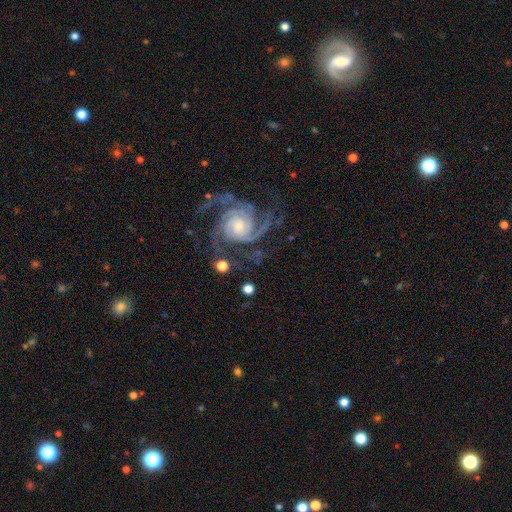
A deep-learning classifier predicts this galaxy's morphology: The model was most divided on "spiral arm count": 2: 34%, 3: 33%, can't tell: 11%, 4: 8%, 1: 6%, more than 4: 6%. Remaining: spiral arms — yes (98%); edge-on disk — no (97%); smooth or featured — featured or disk (85%); merging — none (76%); bar — no (64%); bulge size — moderate (47%); spiral winding — medium (46%).